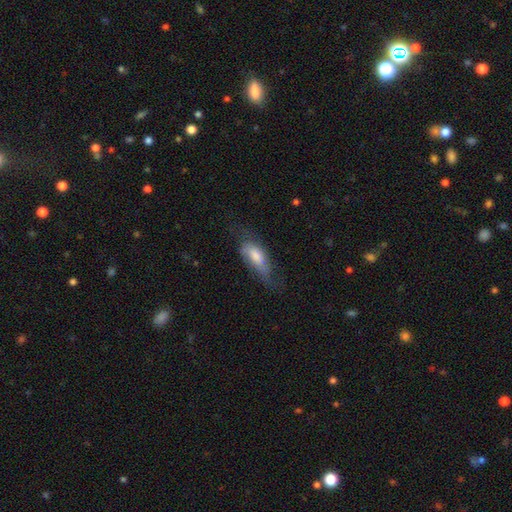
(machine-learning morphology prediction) A smooth galaxy with no disk features (49%). Merging: none (51%).